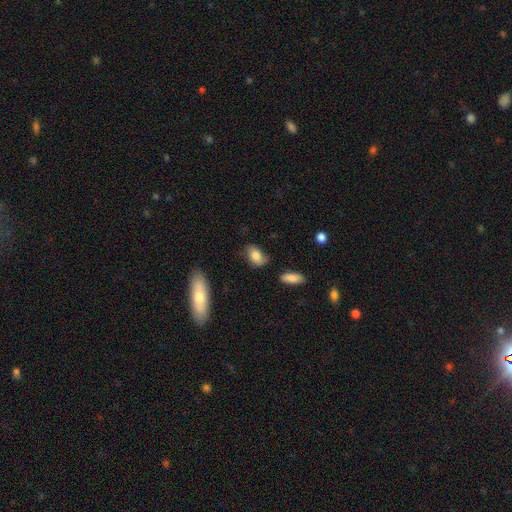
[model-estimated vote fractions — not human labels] This is likely a smooth galaxy (79%). How rounded: clearly in between (87%). Merging: likely none (62%).